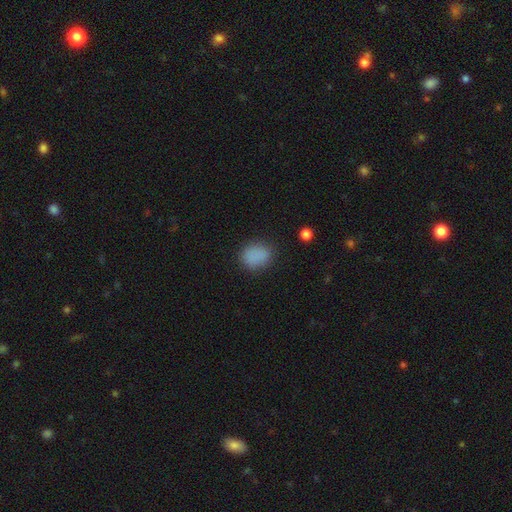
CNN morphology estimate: smooth-or-featured: smooth: 85% | star or artifact: 11% | featured or disk: 5%
  how-rounded: round: 55% | in between: 44% | cigar-shaped: 1%
  merging: none: 81% | minor disturbance: 13% | major disturbance: 4% | merger: 2%